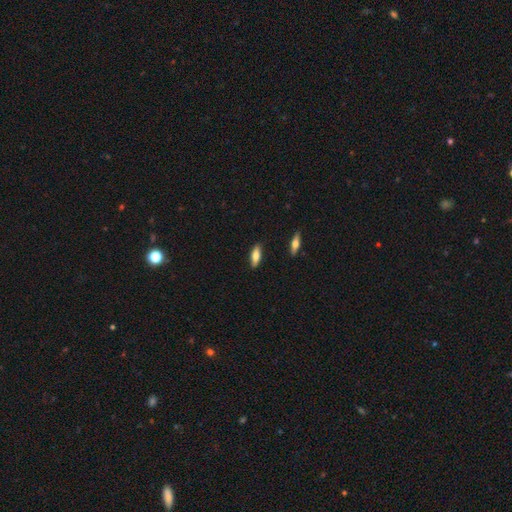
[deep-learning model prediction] Smooth or featured? Predicted: smooth (p=0.70). How rounded? Predicted: in between (p=0.57). Merging? Predicted: none (p=0.86).